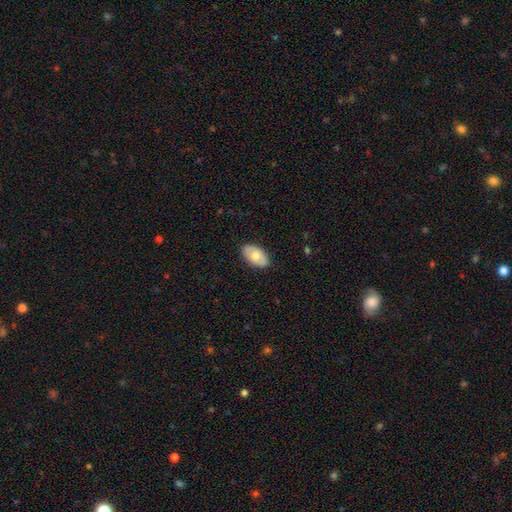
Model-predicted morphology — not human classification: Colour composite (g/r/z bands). It shows a smooth galaxy with no disk features (67%) that is in between round and cigar-shaped (94%). Merging: none (86%).